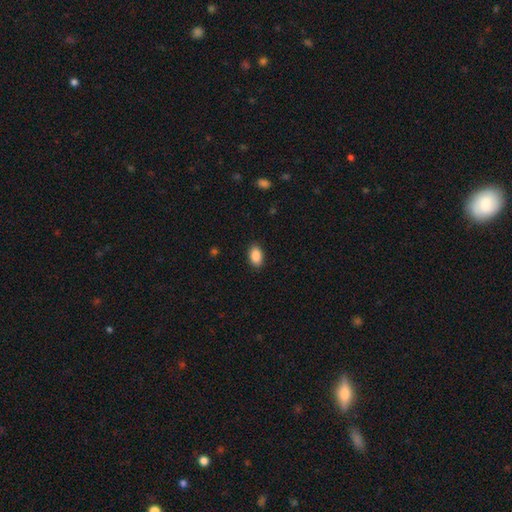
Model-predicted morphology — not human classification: The model was most divided on "merging": none: 88%, minor disturbance: 9%, major disturbance: 2%, merger: 1%. More confident: how rounded — in between (90%); smooth or featured — smooth (89%).